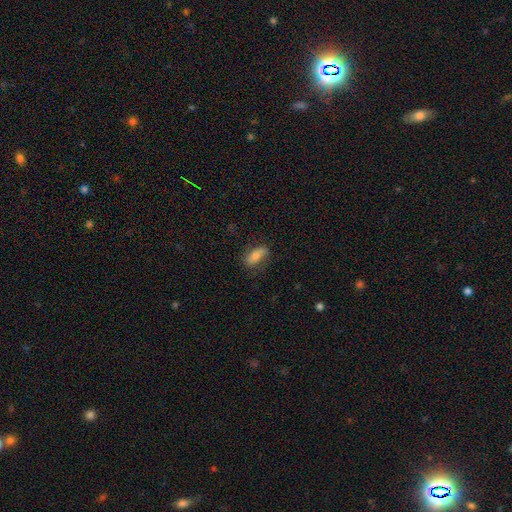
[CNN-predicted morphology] A smooth galaxy with no disk features (68%) that is in between round and cigar-shaped (81%).

Vote fractions:
- Smooth or featured? smooth: 68% / featured or disk: 24% / star or artifact: 8%
- How rounded? in between: 81% / cigar-shaped: 15% / round: 4%
- Merging? none: 72% / minor disturbance: 20% / major disturbance: 6% / merger: 1%